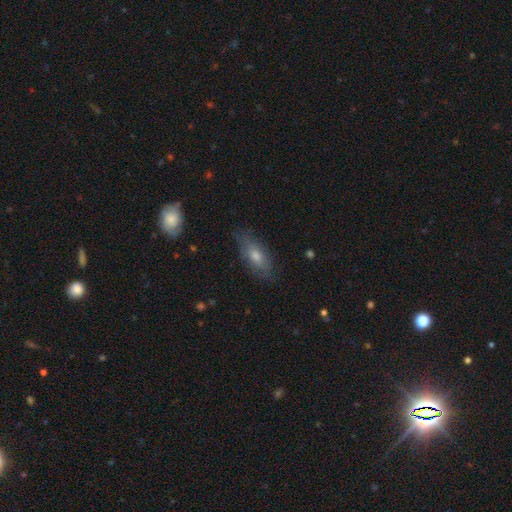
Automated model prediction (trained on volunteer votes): Overall: smooth (58%; featured or disk 33%). How rounded: in between (71%). Merging: none (76%).